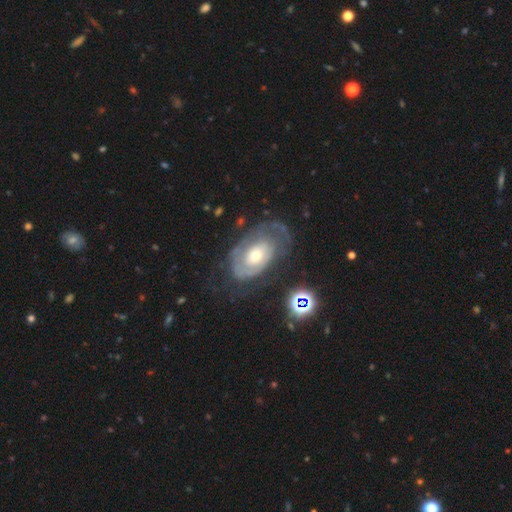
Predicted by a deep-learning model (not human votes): Smooth or featured?
  - featured or disk: 76% *
  - smooth: 17%
  - star or artifact: 7%
Edge-on disk?
  - no: 95% *
  - yes: 5%
Bar?
  - no: 79% *
  - weak: 17%
  - strong: 4%
Spiral arms?
  - yes: 78% *
  - no: 22%
Spiral winding?
  - tight: 65% *
  - medium: 25%
  - loose: 10%
Spiral arm count?
  - can't tell: 43% *
  - 2: 27%
  - 1: 20%
  - 3: 6%
  - 4: 3%
  - more than 4: 2%
Bulge size?
  - moderate: 58% *
  - small: 31%
  - large: 8%
  - none: 1%
  - dominant: 1%
Merging?
  - none: 56% *
  - minor disturbance: 22%
  - major disturbance: 19%
  - merger: 2%